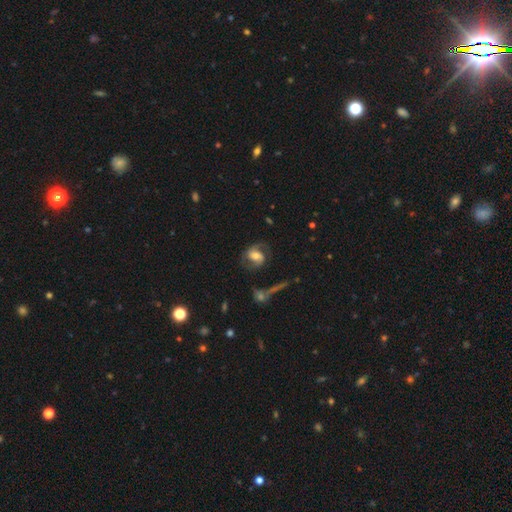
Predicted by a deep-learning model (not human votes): A featured or disk galaxy (74%) with a weak bar (44%), 2 (84%) medium (49%) spiral arms (93%) and a moderate central bulge (54%). Merging: none (65%).